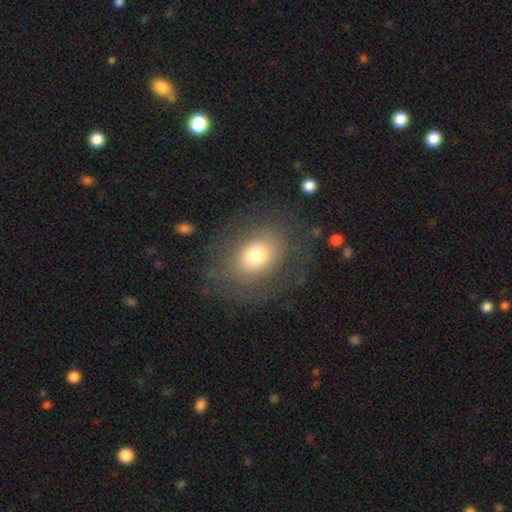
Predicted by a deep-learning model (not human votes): Morphology: type=smooth (64%); roundness=in between (56%); merging=none (72%).